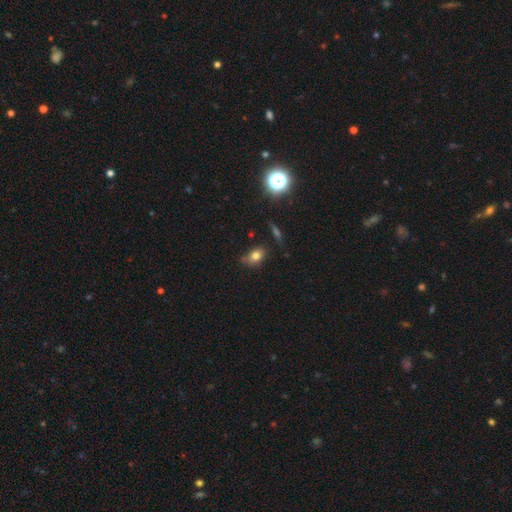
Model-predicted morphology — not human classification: smooth 76%, star or artifact 14%, featured or disk 11%. Down the decision tree: how rounded — in between (76%); merging — none (64%).